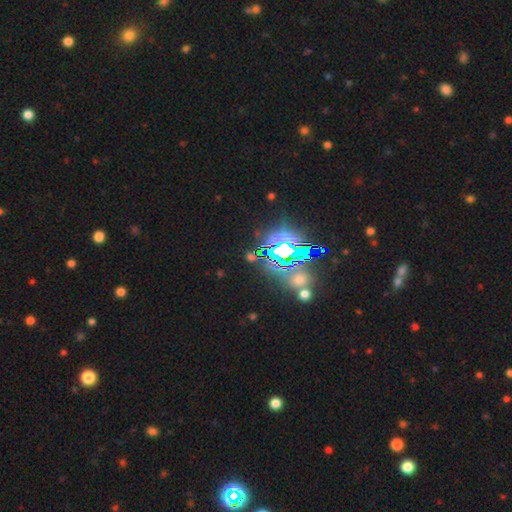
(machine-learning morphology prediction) smooth_or_featured: star or artifact (p=0.81) [alt: smooth p=0.10]